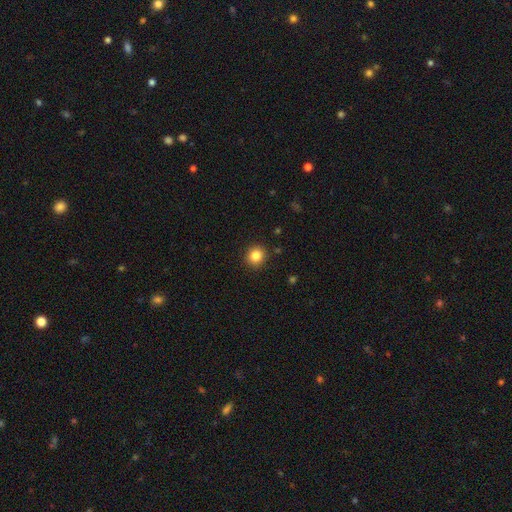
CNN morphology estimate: smooth_or_featured: smooth (p=0.84) [alt: star or artifact p=0.11]
how_rounded: round (p=0.88) [alt: in between p=0.11]
merging: none (p=0.91) [alt: minor disturbance p=0.06]